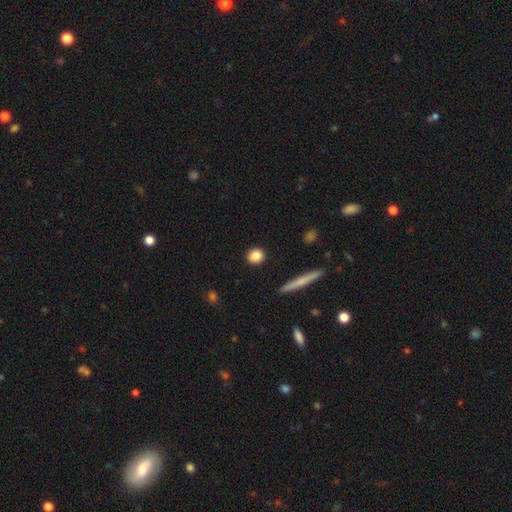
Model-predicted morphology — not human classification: This is clearly a smooth galaxy (86%). How rounded: likely round (77%). Merging: clearly none (90%).